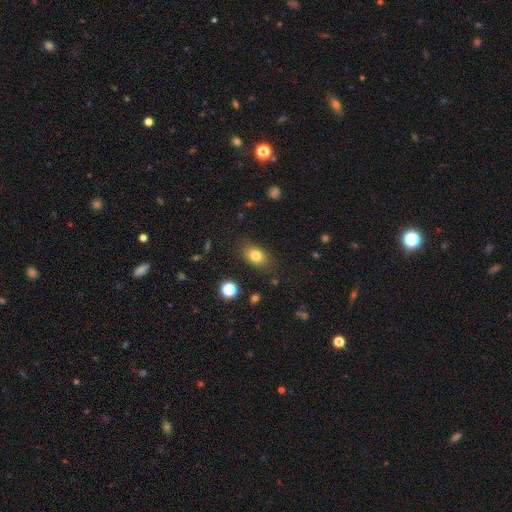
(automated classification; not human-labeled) Smooth or featured? Predicted: smooth (p=0.78). How rounded? Predicted: in between (p=0.77). Merging? Predicted: none (p=0.82).